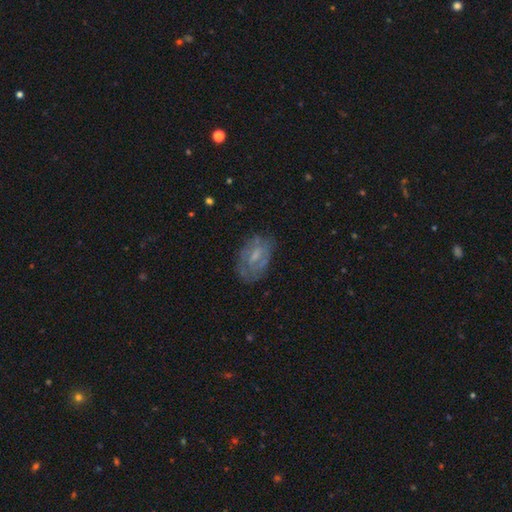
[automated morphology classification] Smooth or featured? featured or disk (55%)
Edge-on disk? no (94%)
Bar? weak (49%)
Spiral arms? yes (55%)
Bulge size? small (39%)
Merging? none (65%)